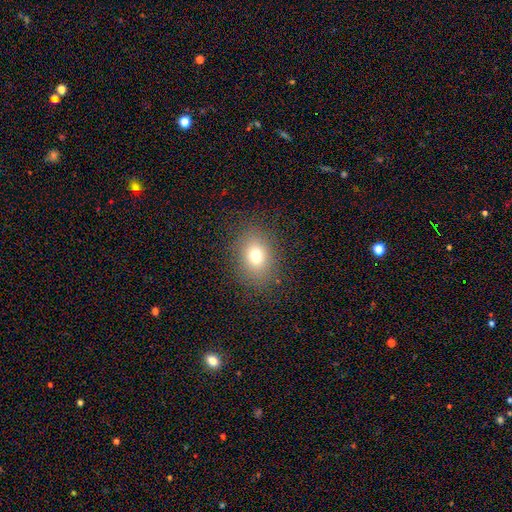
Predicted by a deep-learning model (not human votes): Smooth or featured? smooth (73%)
How rounded? in between (54%)
Merging? none (85%)